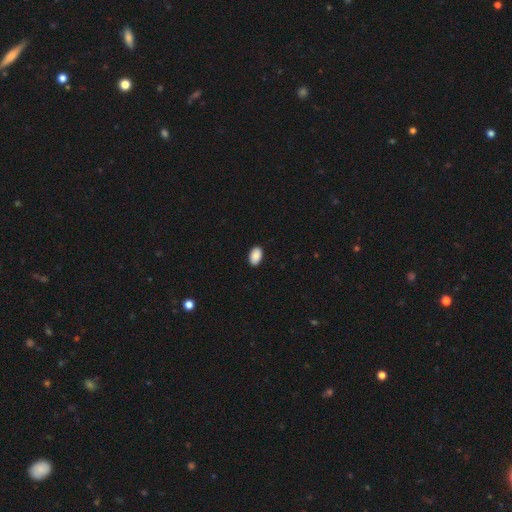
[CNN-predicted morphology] Q: Smooth or featured?
A: smooth (90%); runner-up: star or artifact (7%)
Q: How rounded?
A: in between (92%); runner-up: round (7%)
Q: Merging?
A: none (89%); runner-up: minor disturbance (8%)